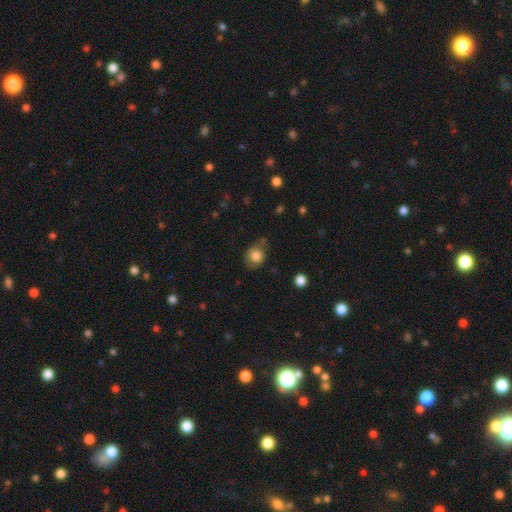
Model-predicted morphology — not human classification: This is clearly a smooth galaxy (81%). How rounded: likely round (72%). Merging: likely none (64%).